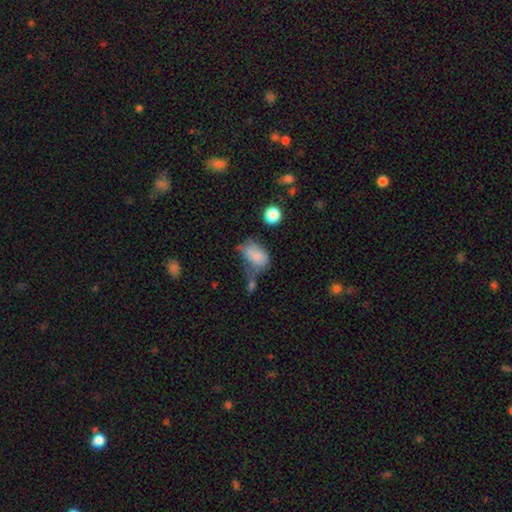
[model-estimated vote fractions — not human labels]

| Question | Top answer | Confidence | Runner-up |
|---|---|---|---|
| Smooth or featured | smooth | 73% | featured or disk (16%) |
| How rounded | in between | 85% | round (13%) |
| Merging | major disturbance | 28% | minor disturbance (25%) |